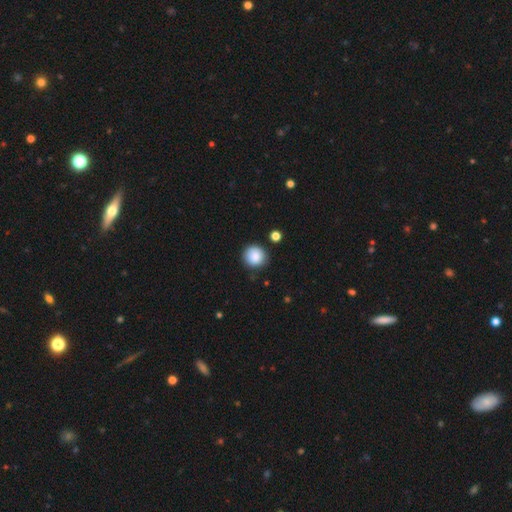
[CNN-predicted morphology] Smooth or featured? Predicted: smooth (p=0.88). How rounded? Predicted: round (p=0.92). Merging? Predicted: none (p=0.85).